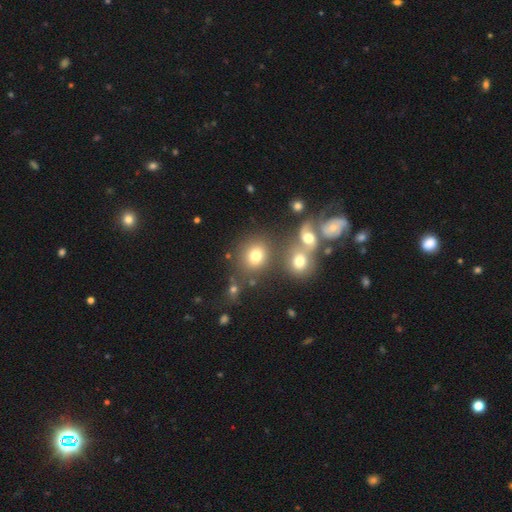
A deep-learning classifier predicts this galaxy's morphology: This appears to be a smooth galaxy with no disk features (72%) that is round (75%). Merging: none (60%).